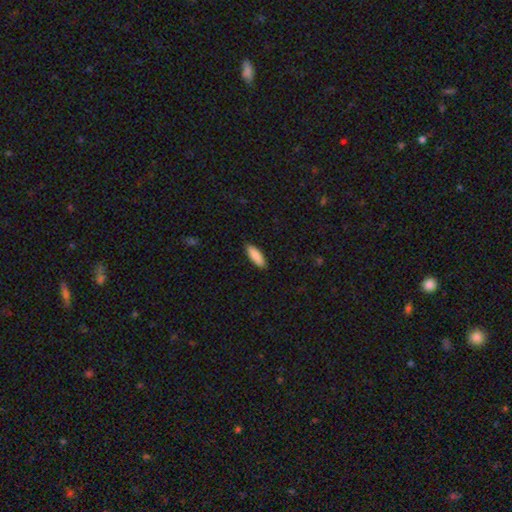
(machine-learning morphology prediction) smooth_or_featured: smooth (p=0.89) [alt: star or artifact p=0.05]
how_rounded: in between (p=0.61) [alt: cigar-shaped p=0.37]
merging: none (p=0.89) [alt: minor disturbance p=0.09]